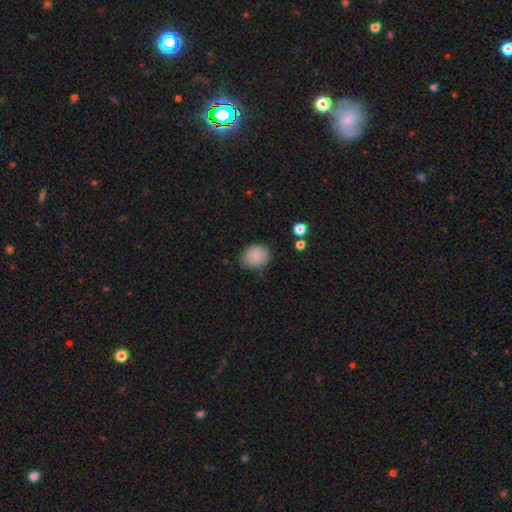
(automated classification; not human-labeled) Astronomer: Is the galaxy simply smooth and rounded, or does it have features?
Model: smooth — 86%.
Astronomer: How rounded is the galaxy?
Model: round — 51% (runner-up: in between, 48%).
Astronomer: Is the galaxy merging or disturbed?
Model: none — 80%.